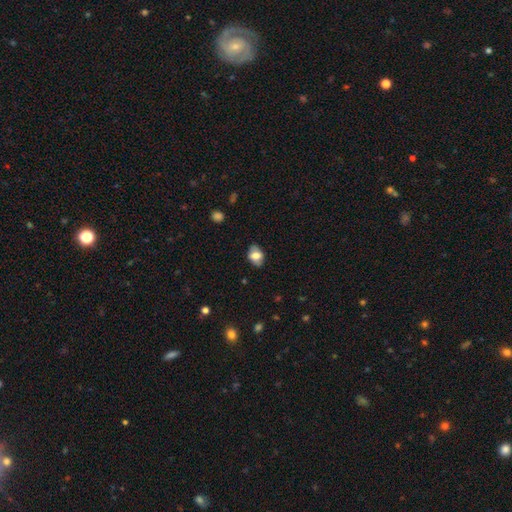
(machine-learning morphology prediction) This is likely a smooth galaxy (68%). How rounded: likely in between (77%). Merging: likely none (76%).